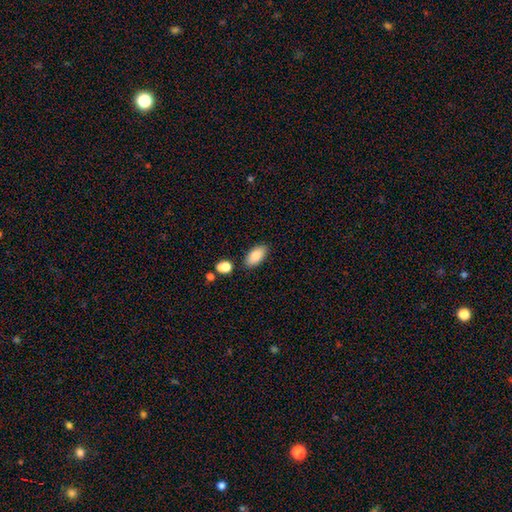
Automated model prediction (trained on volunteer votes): Smooth or featured? smooth (84%)
How rounded? in between (92%)
Merging? none (83%)